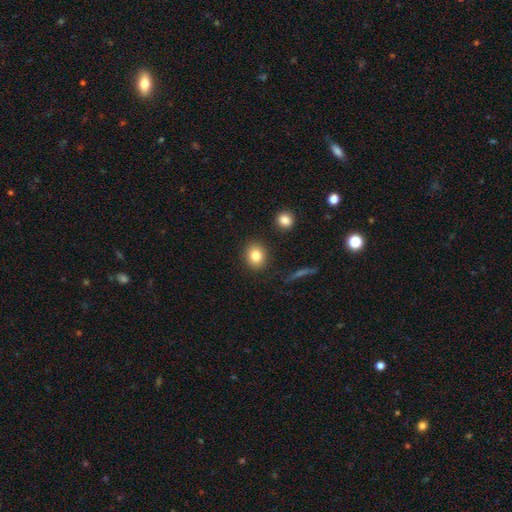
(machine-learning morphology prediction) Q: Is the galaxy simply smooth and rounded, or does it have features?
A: smooth — 83%.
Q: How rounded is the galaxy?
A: round — 63%.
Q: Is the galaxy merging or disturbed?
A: none — 88%.